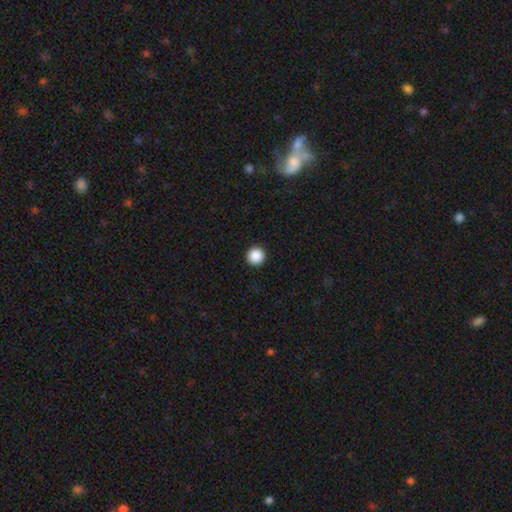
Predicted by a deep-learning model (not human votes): smooth-or-featured: smooth: 88% | star or artifact: 9% | featured or disk: 3%
  how-rounded: round: 97% | in between: 2% | cigar-shaped: 1%
  merging: none: 94% | minor disturbance: 4% | major disturbance: 1% | merger: 1%